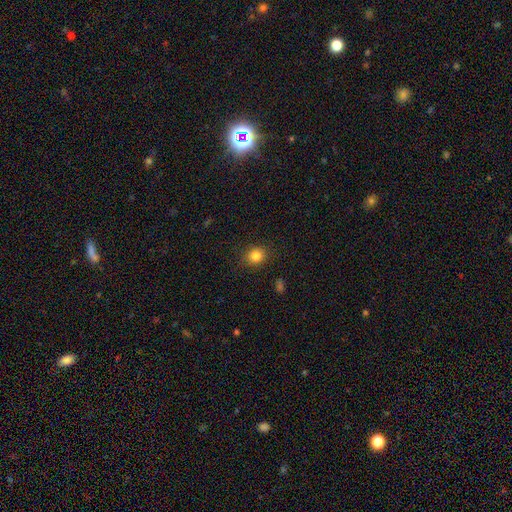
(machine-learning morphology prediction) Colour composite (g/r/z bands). It shows a smooth galaxy with no disk features (83%) that is round (76%). Merging: none (87%).